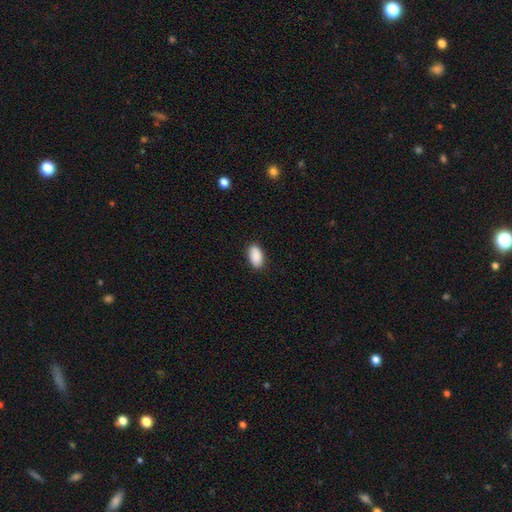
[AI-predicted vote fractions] Overall: smooth (91%). How rounded: in between (94%). Merging: none (89%).